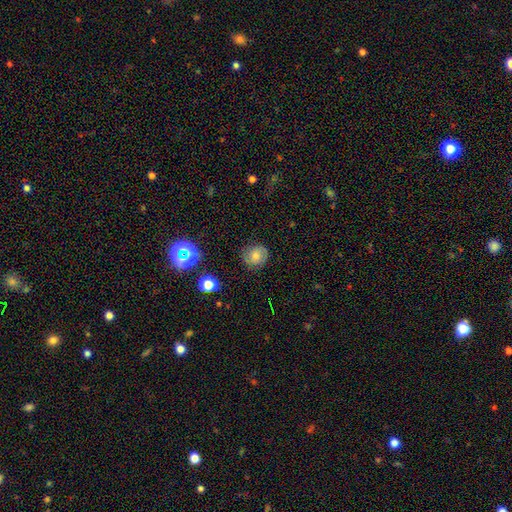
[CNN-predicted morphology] Smooth or featured: smooth — 66% (featured or disk — 19%)
How rounded: round — 83% (in between — 16%)
Merging: none — 82% (minor disturbance — 13%)